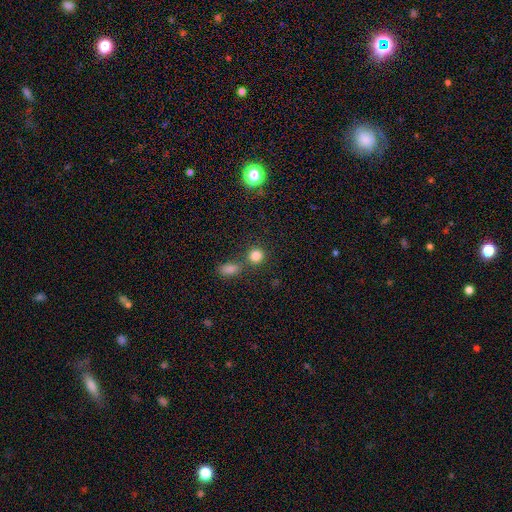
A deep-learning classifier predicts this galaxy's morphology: Smooth or featured? Predicted: smooth (p=0.83). How rounded? Predicted: round (p=0.85). Merging? Predicted: none (p=0.66).